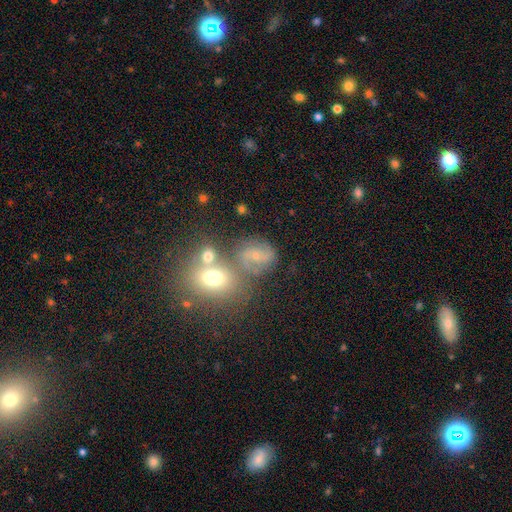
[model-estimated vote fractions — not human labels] The model was most divided on "bar": no: 50%, weak: 39%, strong: 11%. More confident: edge-on disk — no (97%); spiral arms — yes (86%); bulge size — small (63%); smooth or featured — featured or disk (55%); merging — none (55%).